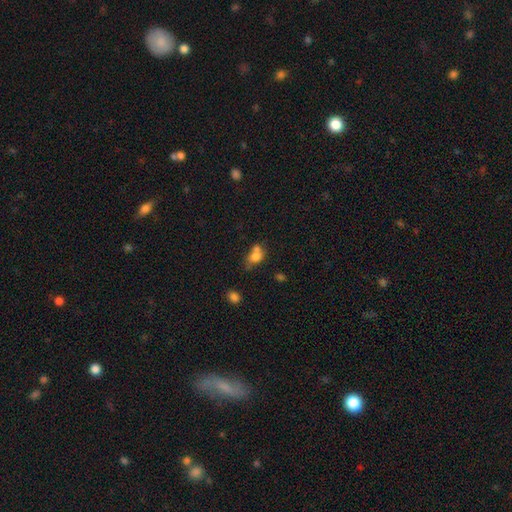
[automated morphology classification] Smooth or featured?
  - smooth: 75% *
  - featured or disk: 14%
  - star or artifact: 11%
How rounded?
  - in between: 56% *
  - round: 42%
  - cigar-shaped: 2%
Merging?
  - merger: 47% *
  - none: 32%
  - minor disturbance: 14%
  - major disturbance: 7%